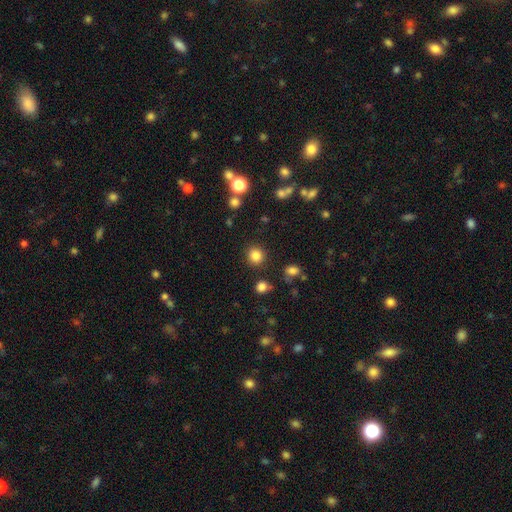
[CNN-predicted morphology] smooth-or-featured: smooth: 83% | star or artifact: 12% | featured or disk: 5%
  how-rounded: round: 90% | in between: 9% | cigar-shaped: 1%
  merging: none: 88% | minor disturbance: 6% | merger: 3% | major disturbance: 3%